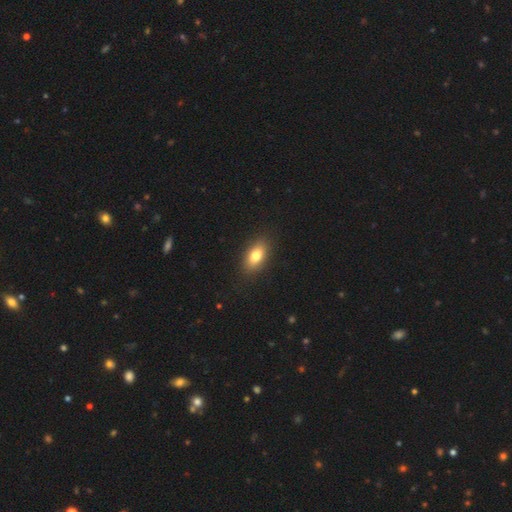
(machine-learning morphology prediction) Smooth or featured?
  - smooth: 78% *
  - featured or disk: 14%
  - star or artifact: 8%
How rounded?
  - in between: 87% *
  - round: 8%
  - cigar-shaped: 5%
Merging?
  - none: 88% *
  - minor disturbance: 9%
  - major disturbance: 2%
  - merger: 1%